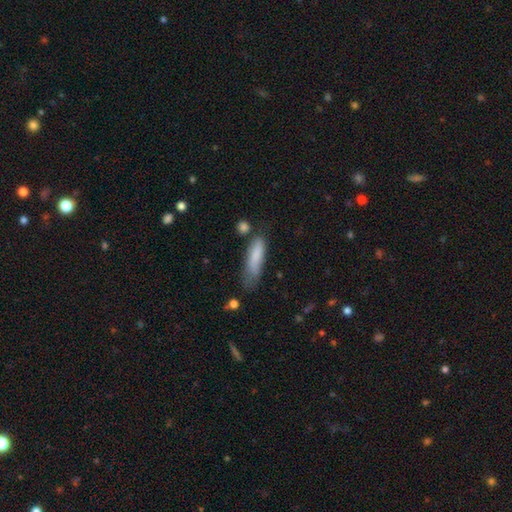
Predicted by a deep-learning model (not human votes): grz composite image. It shows a smooth galaxy with no disk features (80%) that is cigar-shaped (62%). Merging: none (46%).